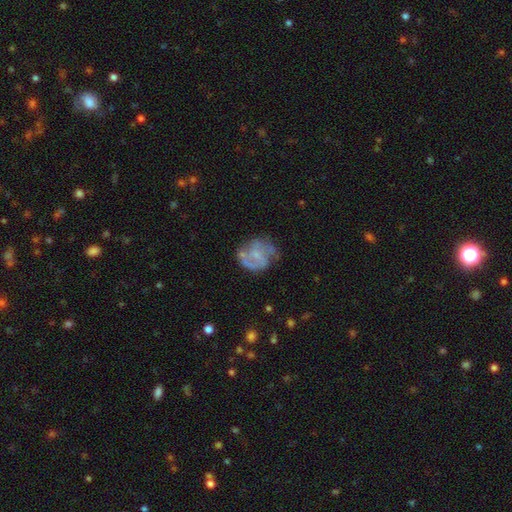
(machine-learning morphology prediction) The model was most divided on "bulge size": small: 46%, none: 30%, moderate: 20%, large: 2%, dominant: 1%. More confident: edge-on disk — no (98%); smooth or featured — featured or disk (65%); spiral arms — yes (64%); bar — no (58%); merging — none (53%).